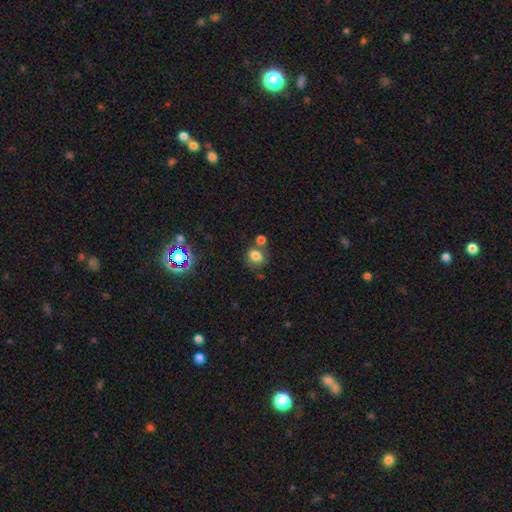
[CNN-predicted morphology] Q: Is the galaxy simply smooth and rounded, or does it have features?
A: smooth — 78%.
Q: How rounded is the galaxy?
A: round — 63%.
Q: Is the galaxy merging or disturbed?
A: none — 60%.